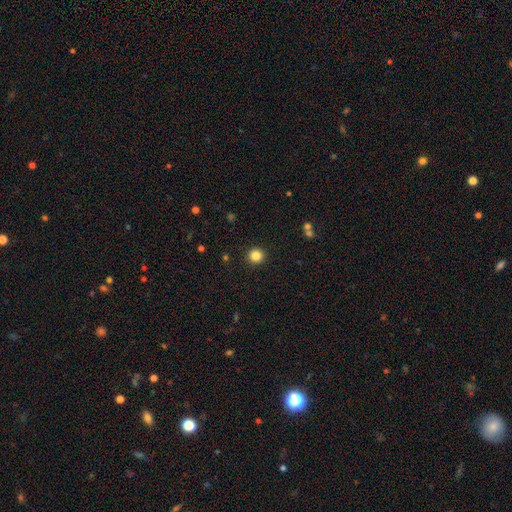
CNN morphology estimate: Smooth or featured?
  - smooth: 84% *
  - star or artifact: 12%
  - featured or disk: 4%
How rounded?
  - round: 93% *
  - in between: 6%
  - cigar-shaped: 1%
Merging?
  - none: 93% *
  - minor disturbance: 5%
  - major disturbance: 2%
  - merger: 1%